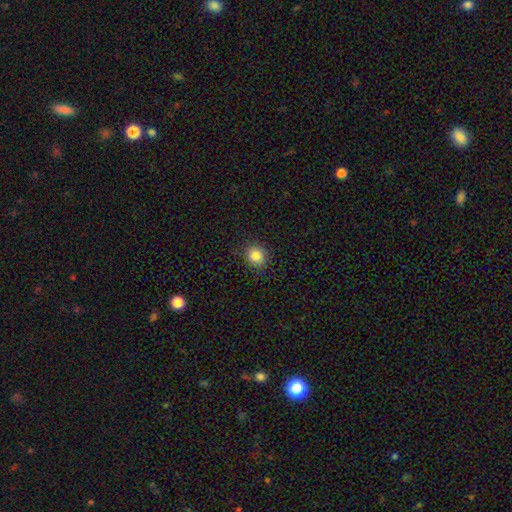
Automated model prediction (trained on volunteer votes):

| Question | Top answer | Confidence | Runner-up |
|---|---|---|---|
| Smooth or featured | smooth | 84% | star or artifact (11%) |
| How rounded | round | 84% | in between (15%) |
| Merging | none | 88% | minor disturbance (8%) |